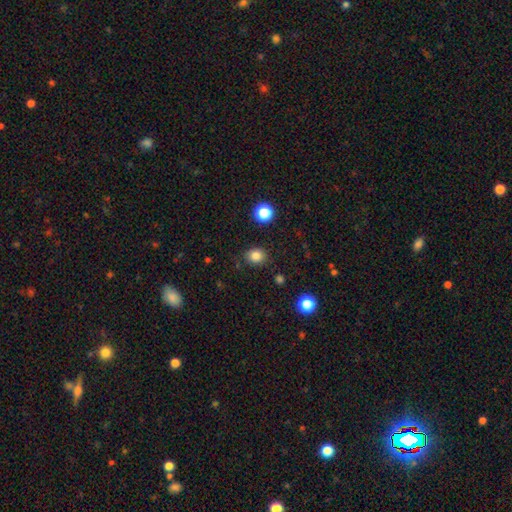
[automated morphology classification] smooth-or-featured: smooth: 83% | star or artifact: 12% | featured or disk: 5%
  how-rounded: round: 66% | in between: 33% | cigar-shaped: 1%
  merging: none: 85% | minor disturbance: 10% | major disturbance: 3% | merger: 2%